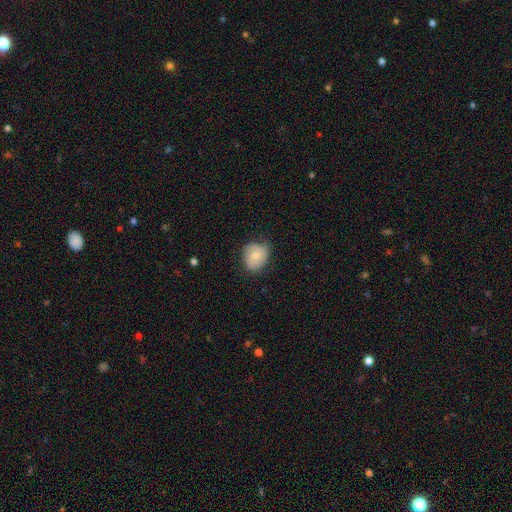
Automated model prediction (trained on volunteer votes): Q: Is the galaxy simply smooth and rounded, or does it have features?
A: smooth — 71%.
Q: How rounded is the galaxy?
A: round — 64%.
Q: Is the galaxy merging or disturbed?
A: none — 61%.